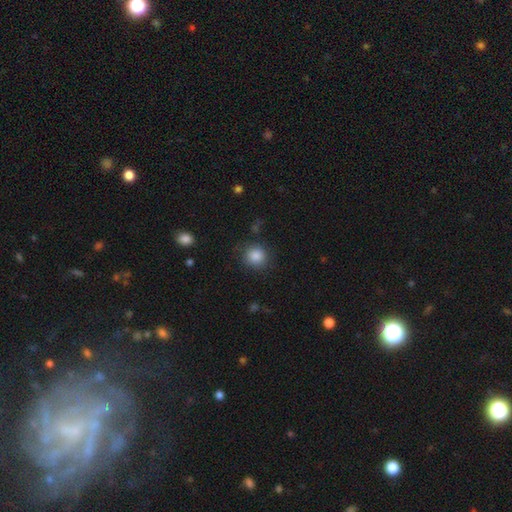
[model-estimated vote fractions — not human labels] A smooth galaxy with no disk features (86%) that is round (91%).

Vote fractions:
- Smooth or featured? smooth: 86% / star or artifact: 10% / featured or disk: 5%
- How rounded? round: 91% / in between: 8% / cigar-shaped: 1%
- Merging? none: 85% / minor disturbance: 10% / major disturbance: 4% / merger: 2%